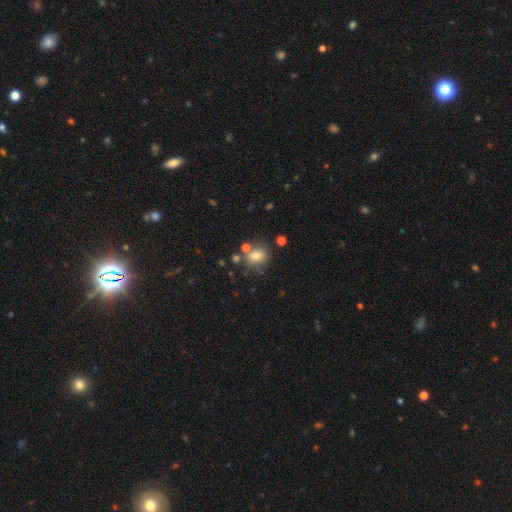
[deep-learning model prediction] smooth_or_featured: smooth (p=0.74) [alt: featured or disk p=0.14]
how_rounded: round (p=0.54) [alt: in between p=0.45]
merging: none (p=0.61) [alt: merger p=0.17]